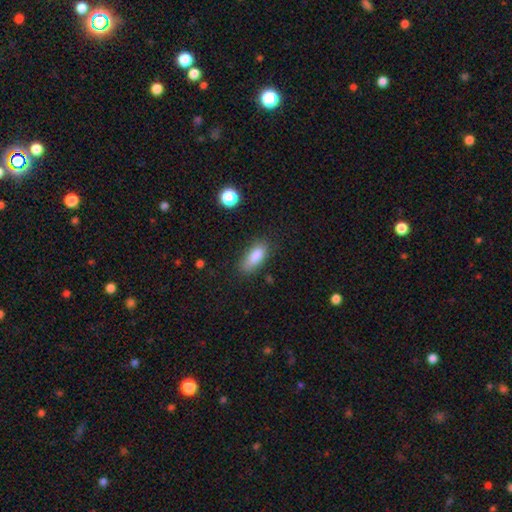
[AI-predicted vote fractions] Overall: smooth (84%). How rounded: in between (80%). Merging: none (74%).